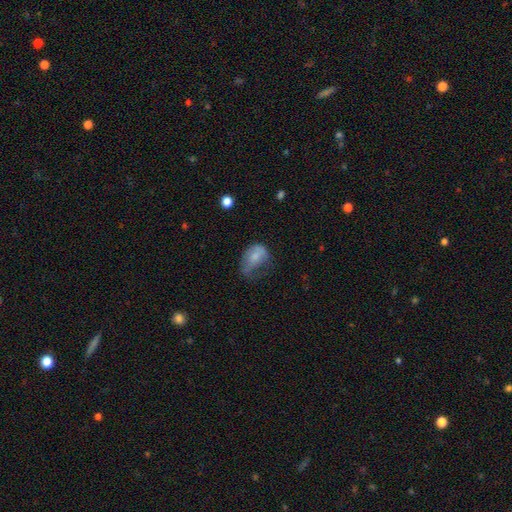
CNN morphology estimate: smooth_or_featured: smooth (p=0.70) [alt: featured or disk p=0.21]
how_rounded: in between (p=0.82) [alt: round p=0.17]
merging: major disturbance (p=0.42) [alt: minor disturbance p=0.32]